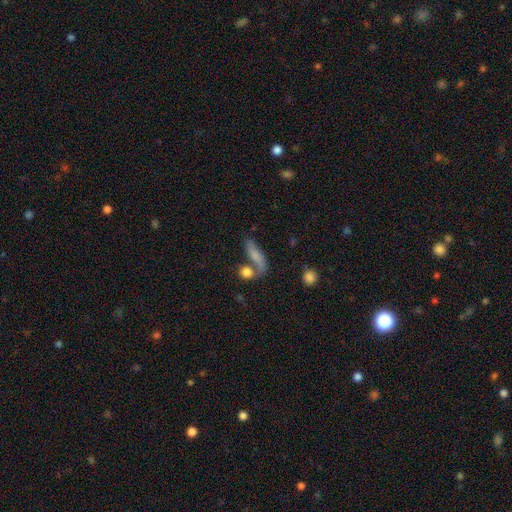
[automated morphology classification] type=smooth (70%); roundness=cigar-shaped (48%); merging=none (50%).